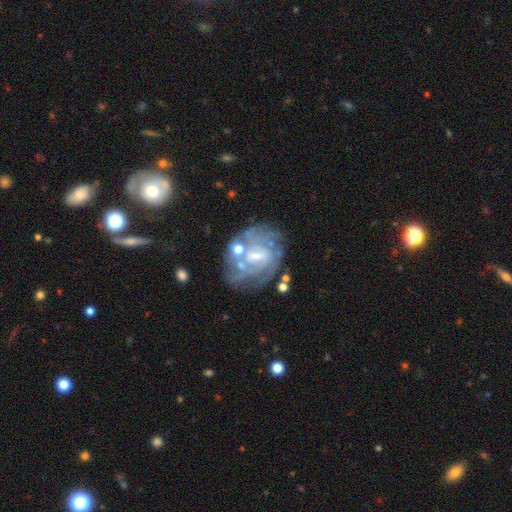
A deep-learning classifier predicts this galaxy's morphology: A featured or disk galaxy (76%) with a weak bar (50%), tight (52%) spiral arms (76%) and a small central bulge (41%).

Vote fractions:
- Smooth or featured? featured or disk: 76% / smooth: 15% / star or artifact: 10%
- Edge-on disk? no: 97% / yes: 3%
- Bar? weak: 50% / no: 30% / strong: 20%
- Spiral arms? yes: 76% / no: 24%
- Spiral winding? tight: 52% / medium: 34% / loose: 14%
- Spiral arm count? can't tell: 50% / 2: 16% / 3: 14% / 4: 9% / 1: 5% / more than 4: 5%
- Bulge size? small: 41% / moderate: 36% / none: 18% / large: 4% / dominant: 1%
- Merging? none: 54% / minor disturbance: 20% / major disturbance: 16% / merger: 10%